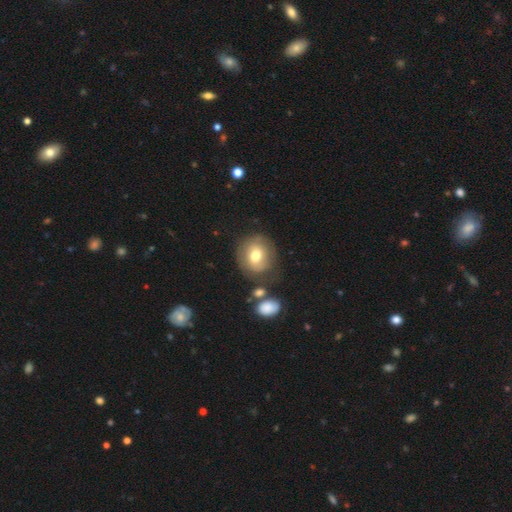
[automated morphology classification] type=smooth (69%); roundness=round (73%); merging=none (72%).